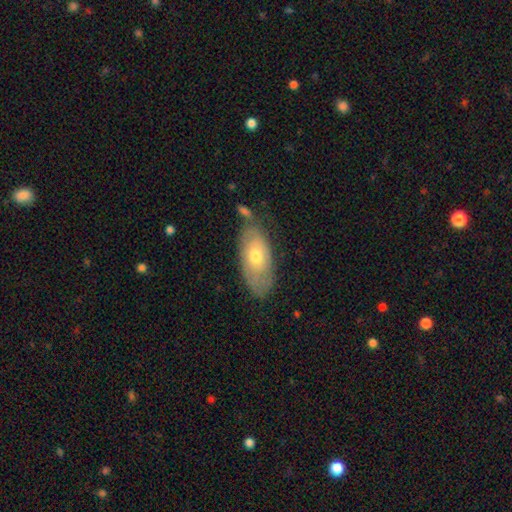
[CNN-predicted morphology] Smooth or featured?
  - smooth: 52% *
  - featured or disk: 41%
  - star or artifact: 7%
How rounded?
  - in between: 87% *
  - cigar-shaped: 9%
  - round: 4%
Merging?
  - none: 65% *
  - minor disturbance: 23%
  - merger: 6%
  - major disturbance: 6%